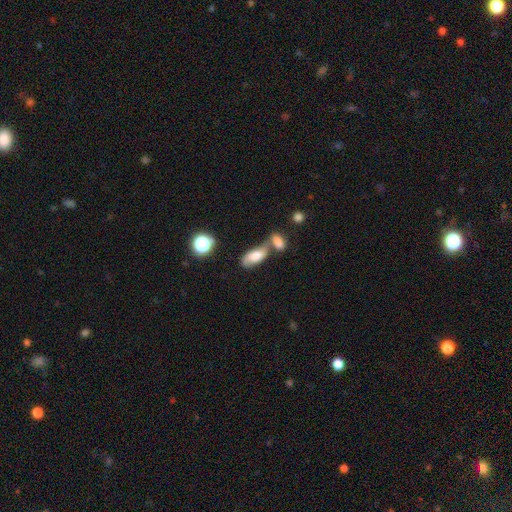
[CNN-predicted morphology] Smooth or featured? smooth (63%)
How rounded? in between (84%)
Merging? merger (49%)